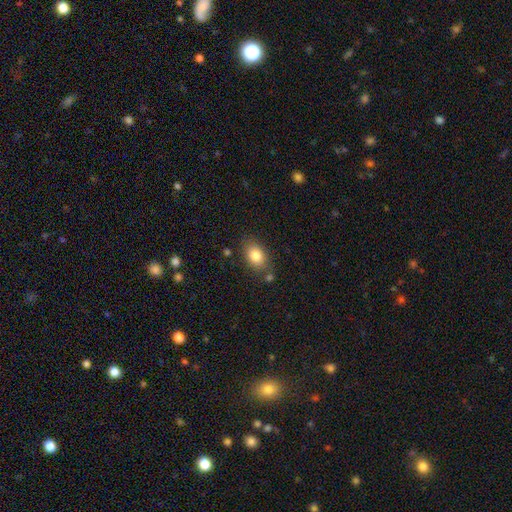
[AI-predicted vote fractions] Smooth or featured? smooth (83%)
How rounded? in between (78%)
Merging? none (77%)